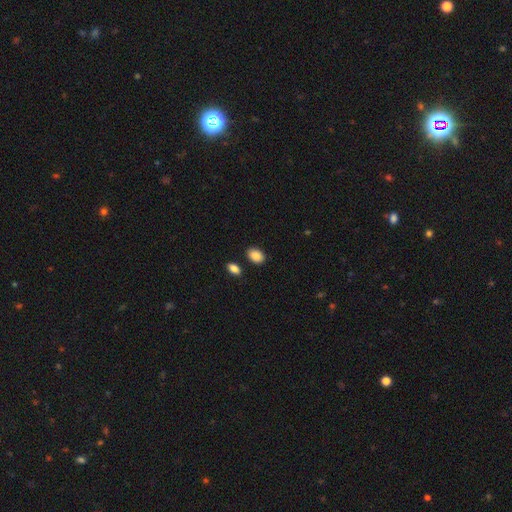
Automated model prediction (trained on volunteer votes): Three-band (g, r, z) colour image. It shows a smooth galaxy with no disk features (88%) that is in between round and cigar-shaped (80%). Merging: none (85%).